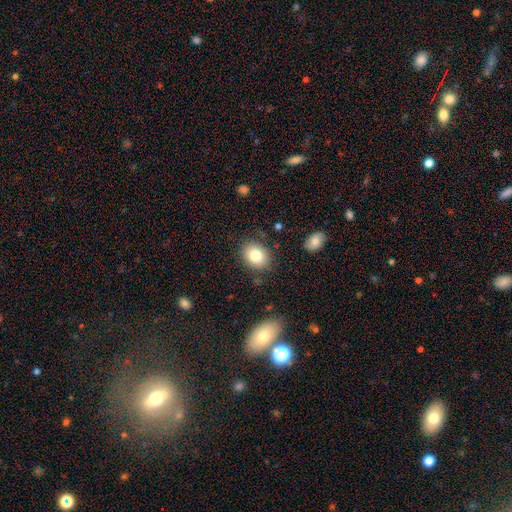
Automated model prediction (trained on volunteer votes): A smooth galaxy with no disk features (80%) that is in between round and cigar-shaped (55%).

Vote fractions:
- Smooth or featured? smooth: 80% / featured or disk: 10% / star or artifact: 9%
- How rounded? in between: 55% / round: 44% / cigar-shaped: 1%
- Merging? none: 84% / minor disturbance: 11% / major disturbance: 3% / merger: 2%